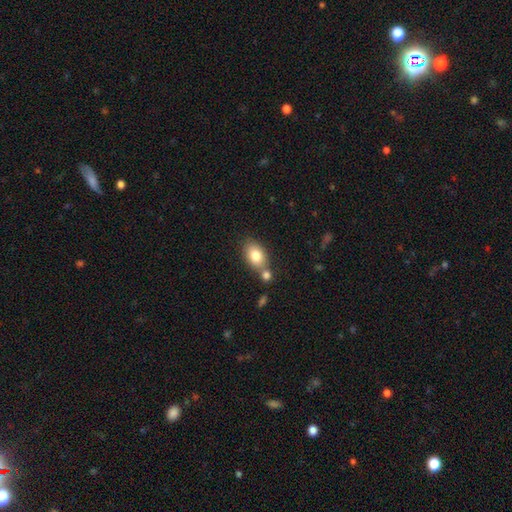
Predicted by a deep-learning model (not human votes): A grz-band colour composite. It shows a smooth galaxy with no disk features (80%) that is in between round and cigar-shaped (84%). Merging: none (54%).